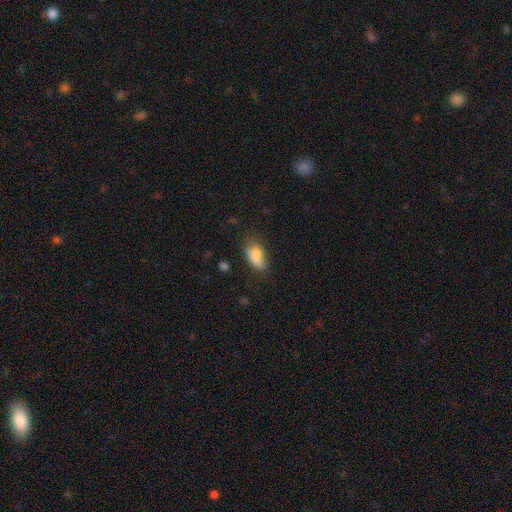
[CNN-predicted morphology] This is likely a smooth galaxy (80%). How rounded: clearly in between (88%). Merging: marginally none (43%).